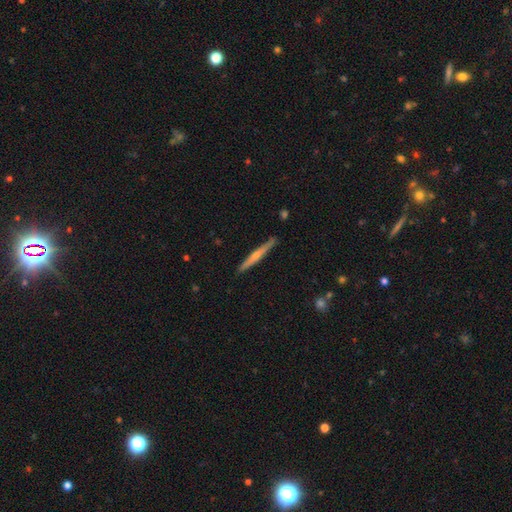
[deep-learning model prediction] Smooth or featured: featured or disk — 55% (smooth — 39%)
Edge-on disk: yes — 97% (no — 3%)
Edge-on bulge: rounded — 64% (none — 30%)
Merging: none — 89% (minor disturbance — 8%)